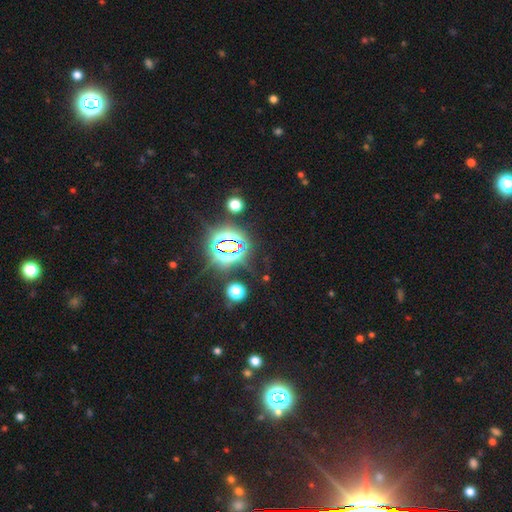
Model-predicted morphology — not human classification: Overall: star or artifact (83%).